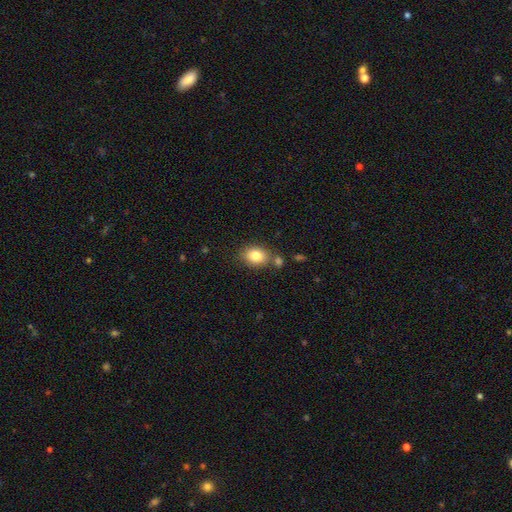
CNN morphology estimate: A smooth galaxy with no disk features (82%) that is in between round and cigar-shaped (62%).

Vote fractions:
- Smooth or featured? smooth: 82% / featured or disk: 9% / star or artifact: 9%
- How rounded? in between: 62% / round: 37% / cigar-shaped: 1%
- Merging? none: 72% / minor disturbance: 13% / merger: 12% / major disturbance: 4%